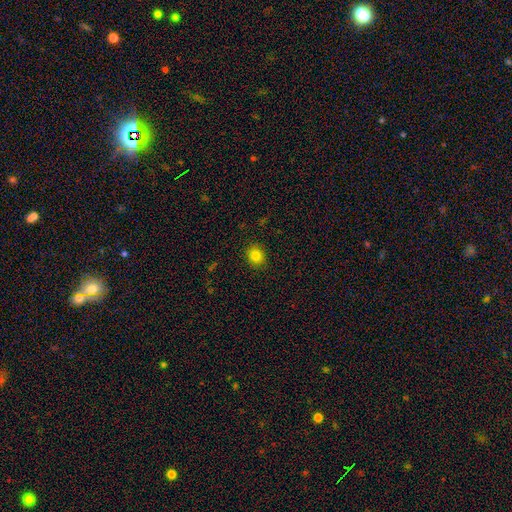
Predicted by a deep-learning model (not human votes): smooth 82%, star or artifact 12%, featured or disk 6%. Down the decision tree: how rounded — round (68%); merging — none (90%).